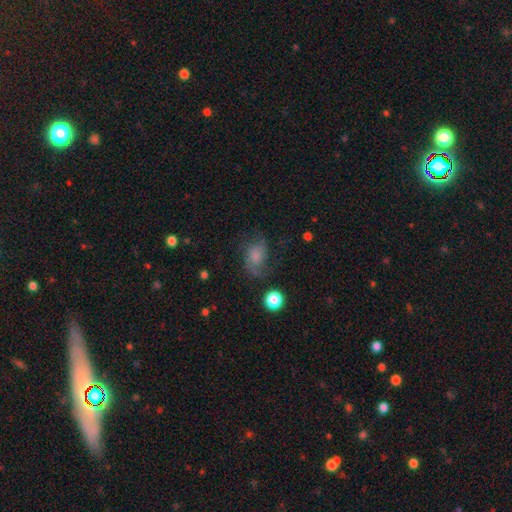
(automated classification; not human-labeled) This appears to be a featured or disk galaxy (50%). Merging: none (54%).